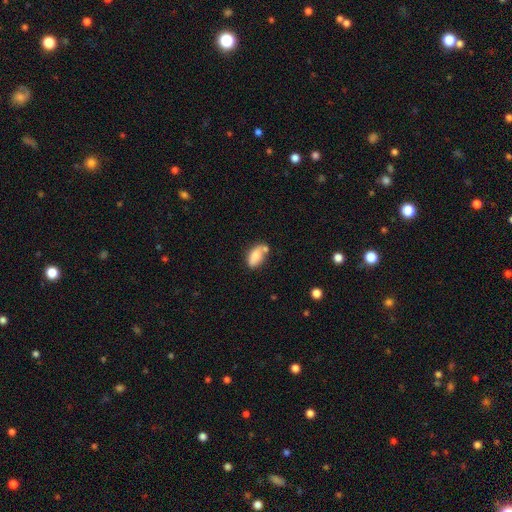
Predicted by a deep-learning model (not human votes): smooth 78%, featured or disk 14%, star or artifact 8%. Down the decision tree: how rounded — in between (89%); merging — none (48%).